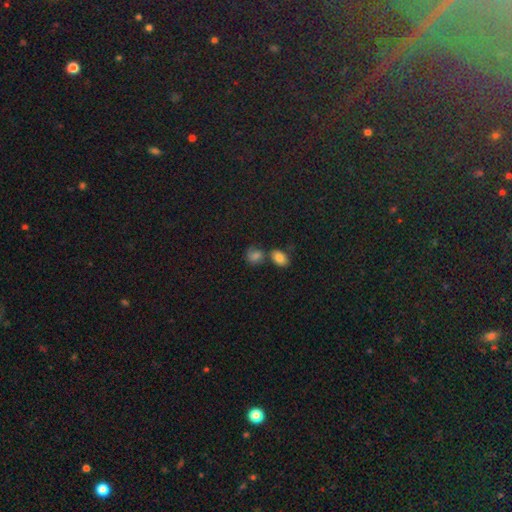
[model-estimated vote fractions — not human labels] Q: Smooth or featured?
A: smooth (69%); runner-up: star or artifact (21%)
Q: How rounded?
A: round (50%); runner-up: in between (48%)
Q: Merging?
A: none (47%); runner-up: merger (38%)